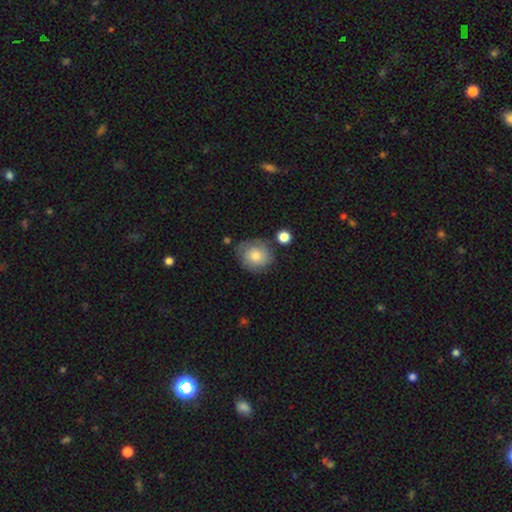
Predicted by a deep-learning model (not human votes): smooth-or-featured: smooth: 66% | featured or disk: 26% | star or artifact: 8%
  how-rounded: round: 82% | in between: 17% | cigar-shaped: 1%
  merging: none: 69% | minor disturbance: 20% | major disturbance: 6% | merger: 5%